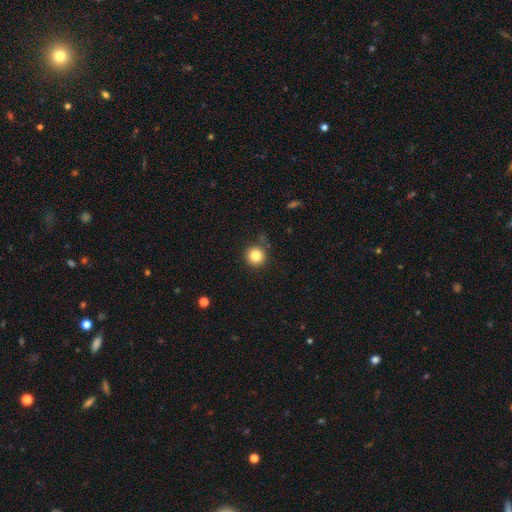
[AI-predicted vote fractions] Smooth or featured? Predicted: smooth (p=0.83). How rounded? Predicted: round (p=0.95). Merging? Predicted: none (p=0.82).